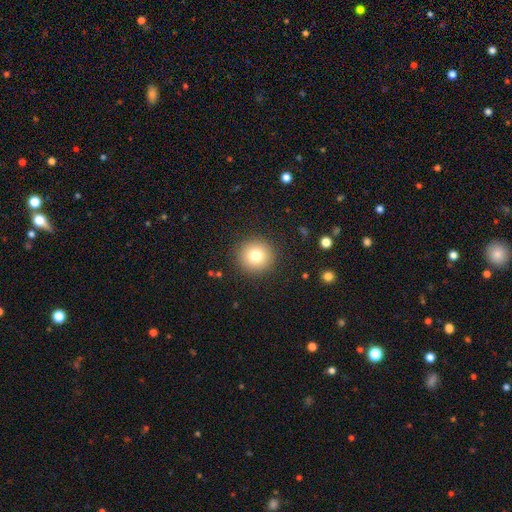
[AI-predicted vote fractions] This is likely a smooth galaxy (78%). How rounded: clearly round (95%). Merging: clearly none (91%).